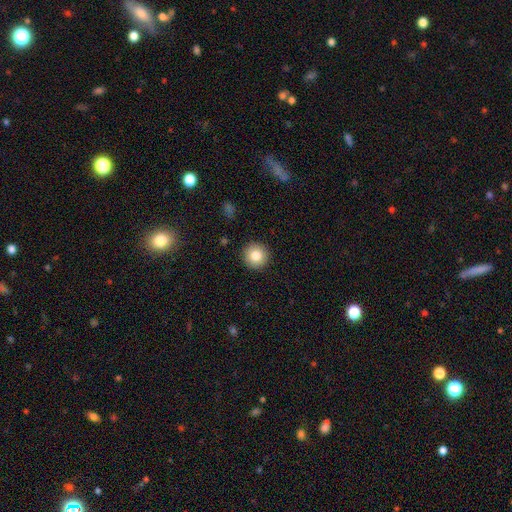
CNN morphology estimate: Overall: smooth (82%). How rounded: round (96%). Merging: none (92%).